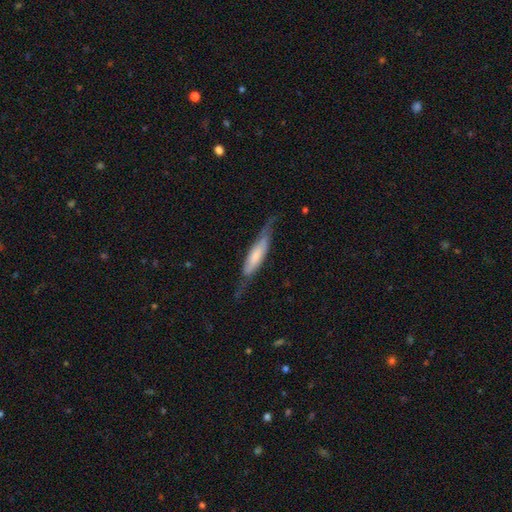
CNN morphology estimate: This is possibly a featured or disk galaxy (47%). Merging: possibly none (57%).